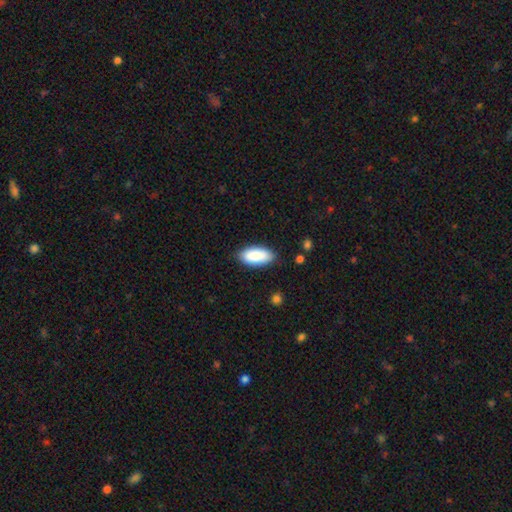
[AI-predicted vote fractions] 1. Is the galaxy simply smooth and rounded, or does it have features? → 88% smooth, 6% featured or disk, 6% star or artifact.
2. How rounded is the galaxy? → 91% in between, 7% cigar-shaped, 2% round.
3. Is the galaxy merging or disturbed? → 85% none, 11% minor disturbance, 2% major disturbance, 1% merger.